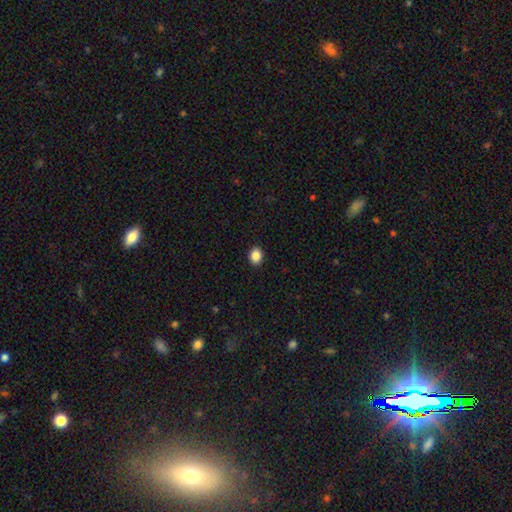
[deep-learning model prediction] This is clearly a smooth galaxy (87%). How rounded: possibly round (51%). Merging: clearly none (92%).